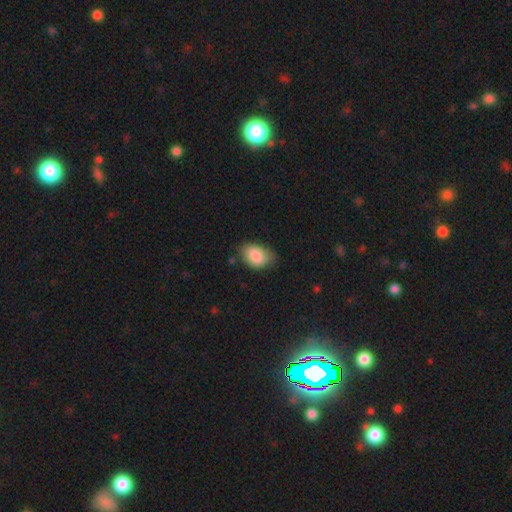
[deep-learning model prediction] This appears to be a smooth galaxy with no disk features (86%) that is in between round and cigar-shaped (85%). Merging: none (64%).